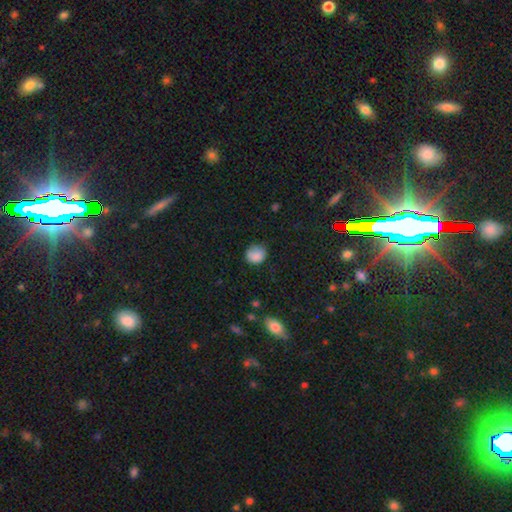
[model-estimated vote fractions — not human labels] Smooth or featured? smooth (85%)
How rounded? round (74%)
Merging? none (67%)